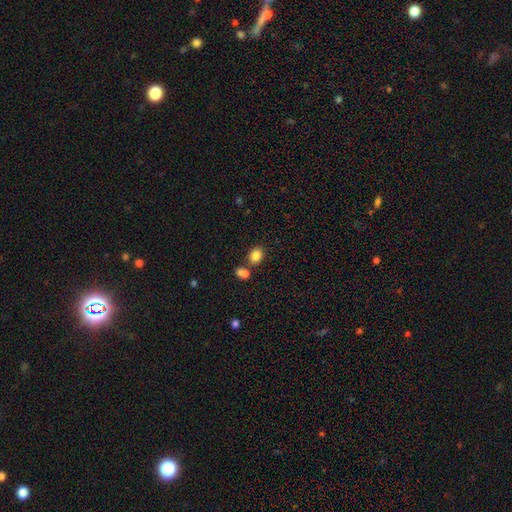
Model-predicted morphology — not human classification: smooth_or_featured: smooth (p=0.84) [alt: star or artifact p=0.10]
how_rounded: in between (p=0.55) [alt: round p=0.44]
merging: none (p=0.67) [alt: merger p=0.20]